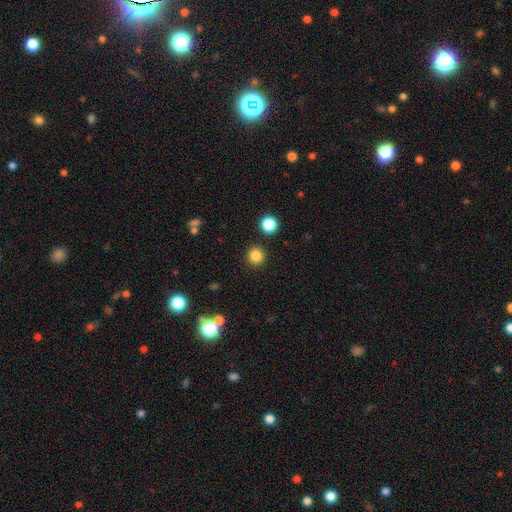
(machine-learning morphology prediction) Smooth or featured?
  - smooth: 84% *
  - star or artifact: 12%
  - featured or disk: 4%
How rounded?
  - round: 95% *
  - in between: 4%
  - cigar-shaped: 1%
Merging?
  - none: 91% *
  - minor disturbance: 4%
  - merger: 2%
  - major disturbance: 2%